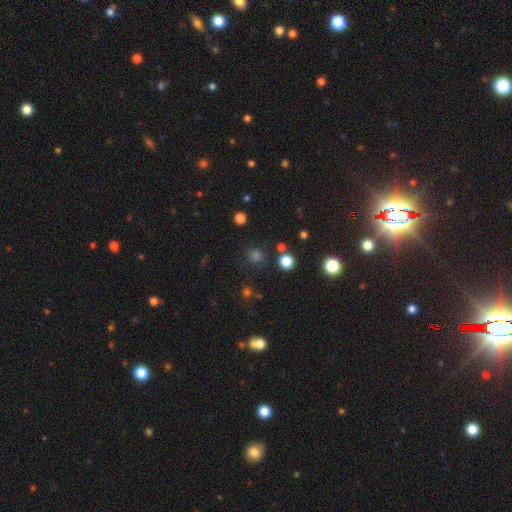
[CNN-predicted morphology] A smooth galaxy with no disk features (65%) that is round (90%). Merging: none (84%).